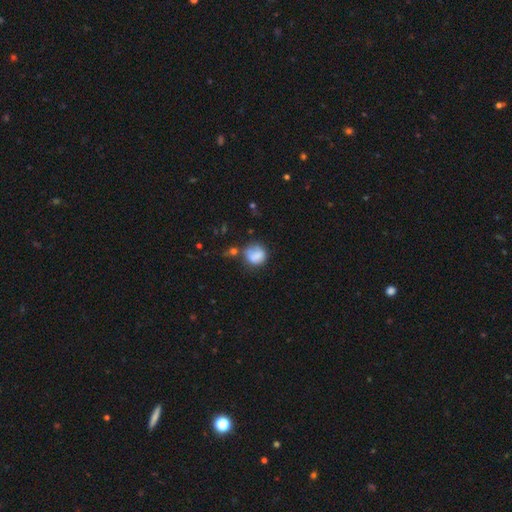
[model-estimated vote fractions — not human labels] Smooth or featured? Predicted: smooth (p=0.72). How rounded? Predicted: round (p=0.69). Merging? Predicted: none (p=0.42).